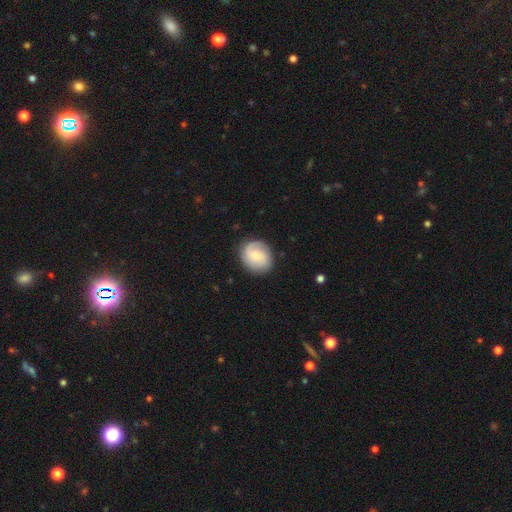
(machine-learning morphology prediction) featured or disk 48%, smooth 45%, star or artifact 7%. Down the decision tree: merging — none (79%).